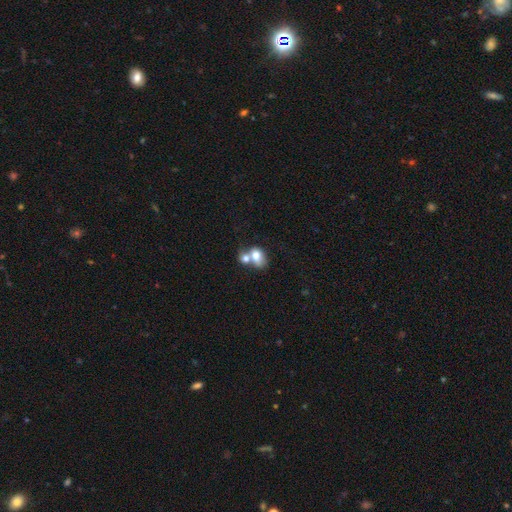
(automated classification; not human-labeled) A smooth galaxy with no disk features (74%) that is in between round and cigar-shaped (65%). Merging: merger (65%).